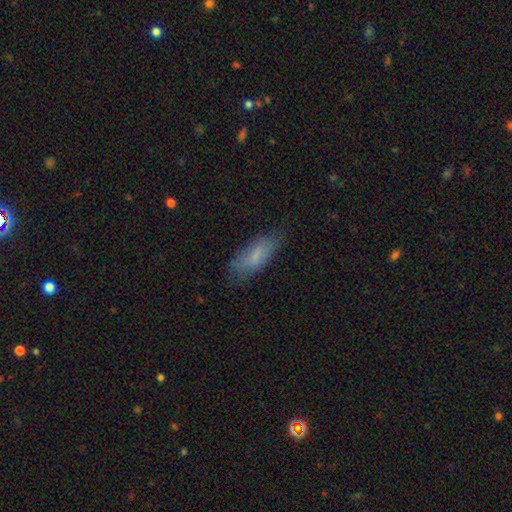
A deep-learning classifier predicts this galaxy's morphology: A smooth galaxy with no disk features (77%) that is in between round and cigar-shaped (67%). Merging: none (74%).